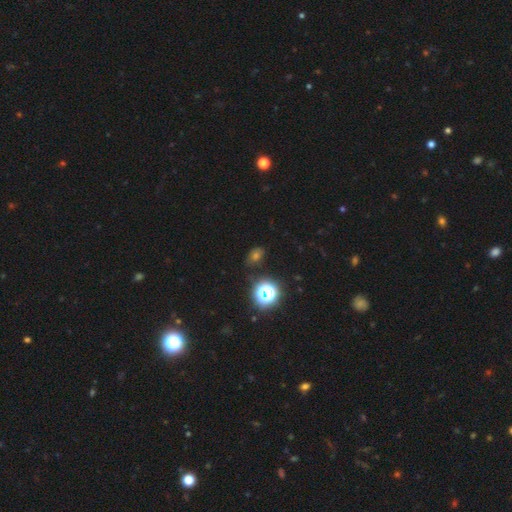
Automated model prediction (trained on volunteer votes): The model was most divided on "smooth or featured": smooth: 47%, star or artifact: 42%, featured or disk: 11%. More confident: merging — none (80%).